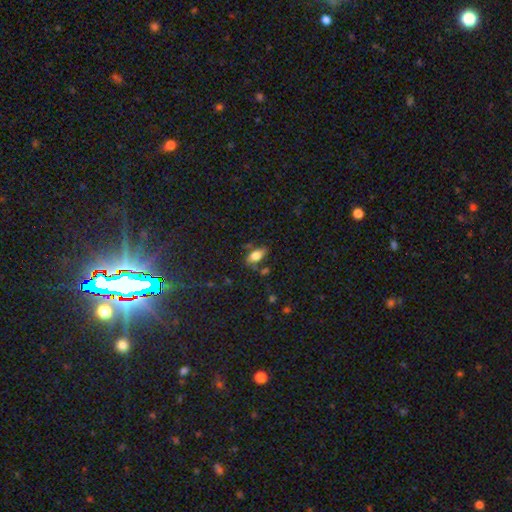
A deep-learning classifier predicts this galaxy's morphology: Smooth or featured?
  - smooth: 75% *
  - featured or disk: 17%
  - star or artifact: 8%
How rounded?
  - in between: 88% *
  - cigar-shaped: 9%
  - round: 4%
Merging?
  - none: 72% *
  - minor disturbance: 16%
  - merger: 7%
  - major disturbance: 4%